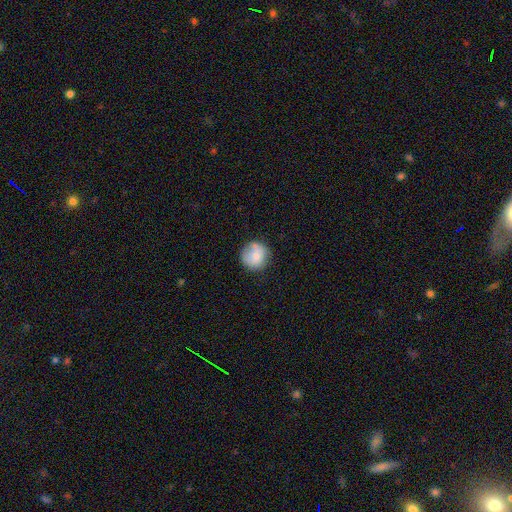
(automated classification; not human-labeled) Morphology: type=smooth (76%); roundness=round (92%); merging=none (69%).